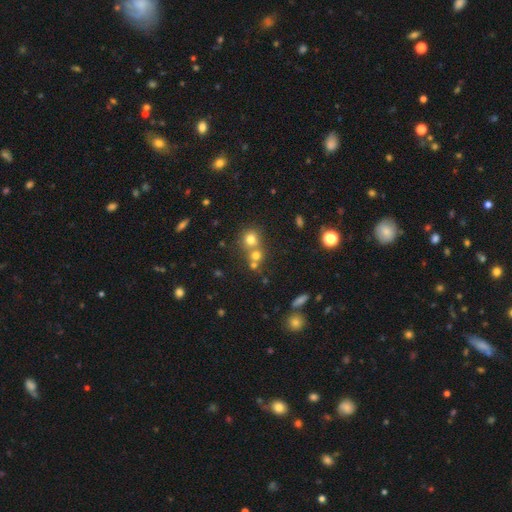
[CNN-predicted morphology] type=smooth (68%); roundness=round (84%); merging=none (45%, tied with merger).